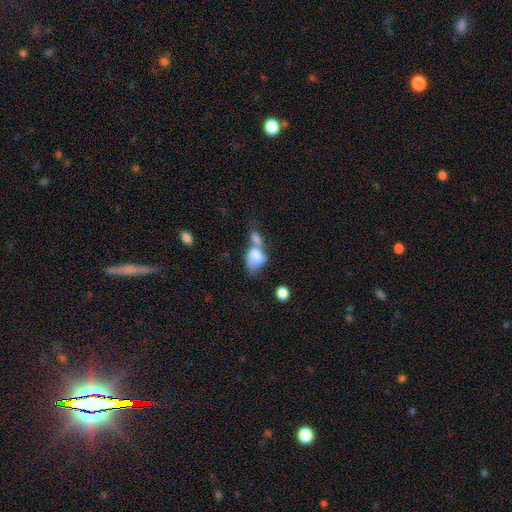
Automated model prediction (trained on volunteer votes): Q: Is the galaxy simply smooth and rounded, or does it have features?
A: smooth — 69%.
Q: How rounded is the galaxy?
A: in between — 80%.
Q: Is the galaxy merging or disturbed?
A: merger — 67%.